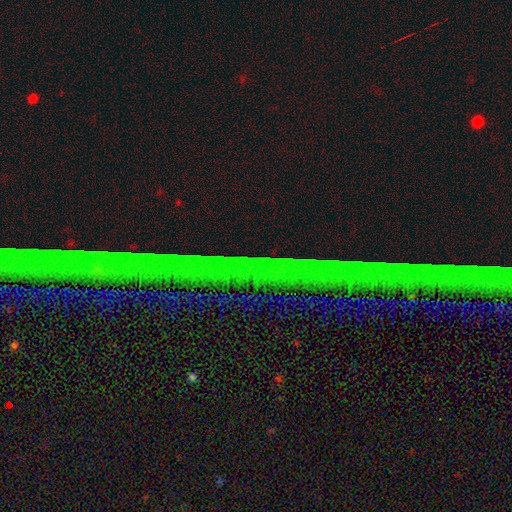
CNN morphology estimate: Smooth or featured: star or artifact — 80% (featured or disk — 11%)